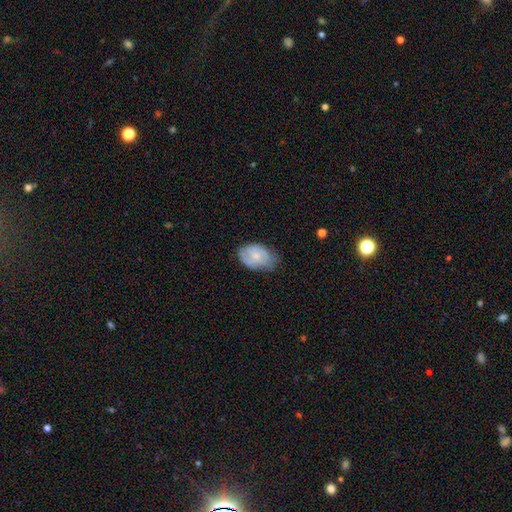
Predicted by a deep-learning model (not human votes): A smooth galaxy with no disk features (55%) that is in between round and cigar-shaped (82%). Merging: none (60%).